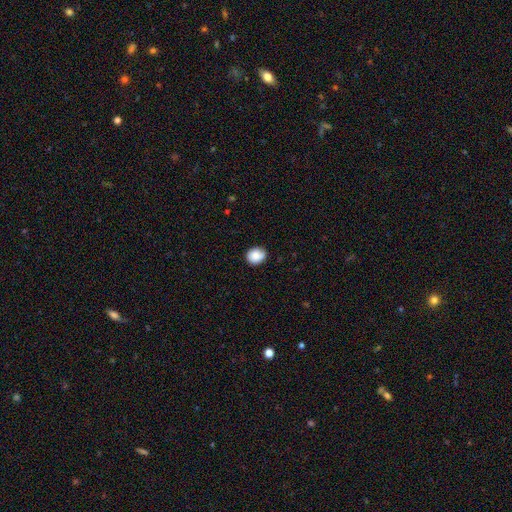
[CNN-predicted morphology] This is clearly a smooth galaxy (84%). How rounded: likely round (70%). Merging: clearly none (81%).